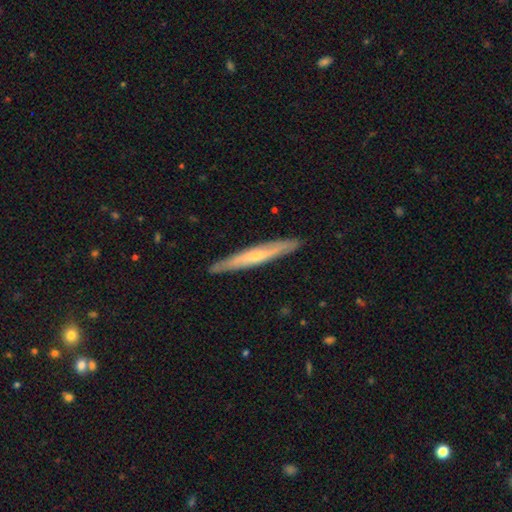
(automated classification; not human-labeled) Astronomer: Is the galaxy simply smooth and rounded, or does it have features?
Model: featured or disk — 58% (runner-up: smooth, 37%).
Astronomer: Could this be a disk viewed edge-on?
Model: yes — 87%.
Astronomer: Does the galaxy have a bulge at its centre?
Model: rounded — 49% (runner-up: none, 46%).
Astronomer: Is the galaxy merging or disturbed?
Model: none — 89%.